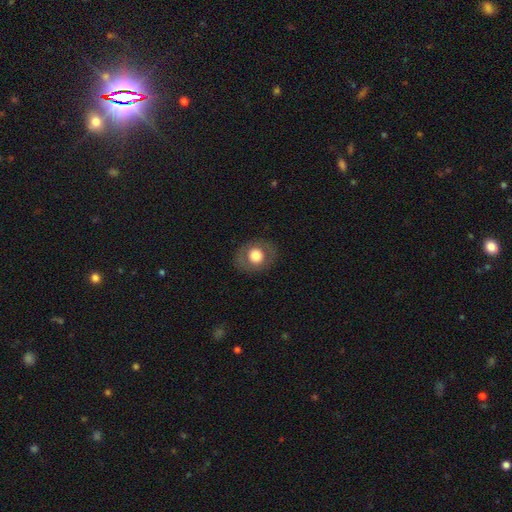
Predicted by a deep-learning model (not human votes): Smooth or featured? smooth (68%)
How rounded? round (72%)
Merging? none (84%)